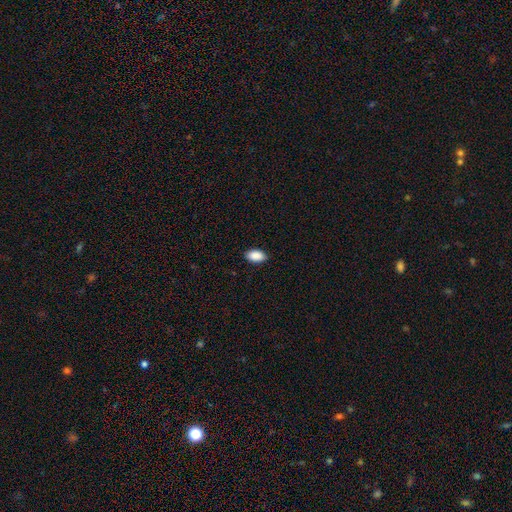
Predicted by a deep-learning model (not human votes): smooth_or_featured: smooth (p=0.90) [alt: star or artifact p=0.07]
how_rounded: in between (p=0.94) [alt: round p=0.05]
merging: none (p=0.87) [alt: minor disturbance p=0.10]